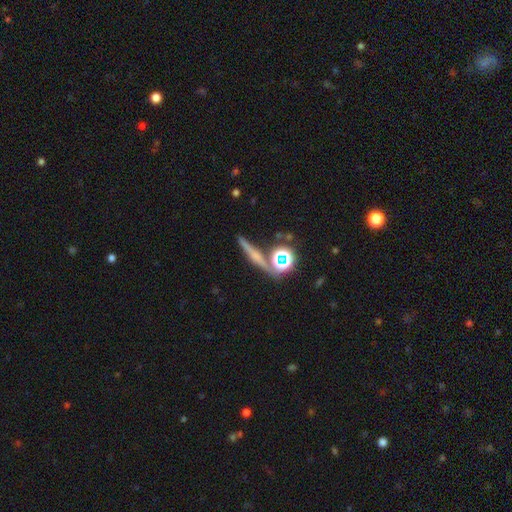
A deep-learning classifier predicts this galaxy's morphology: This appears to be a featured or disk galaxy (43%). Merging: none (77%).